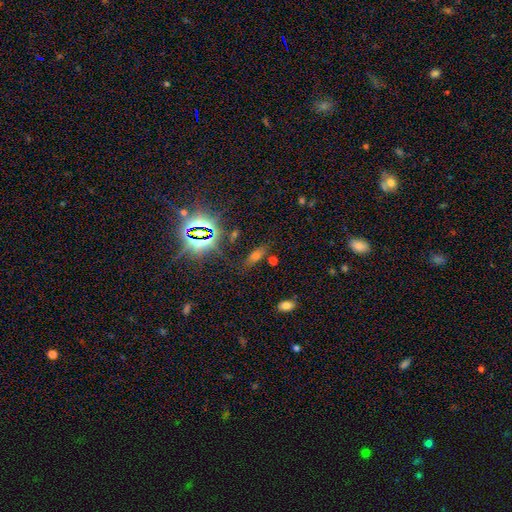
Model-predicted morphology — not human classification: type=star or artifact (45%).